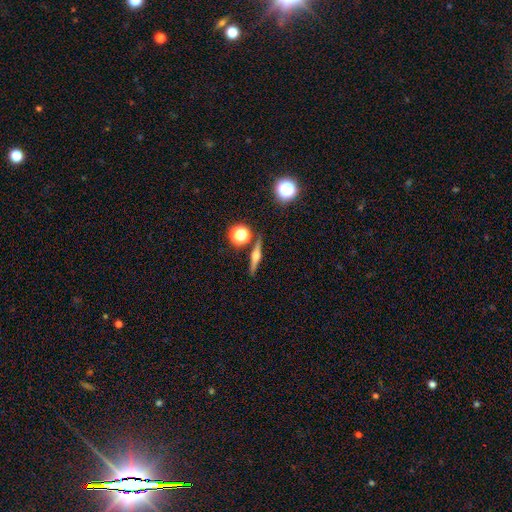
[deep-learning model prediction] This is likely a featured or disk galaxy (70%). It is clearly viewed edge-on (96%). Edge-on bulge: clearly rounded (93%). Merging: clearly none (86%).